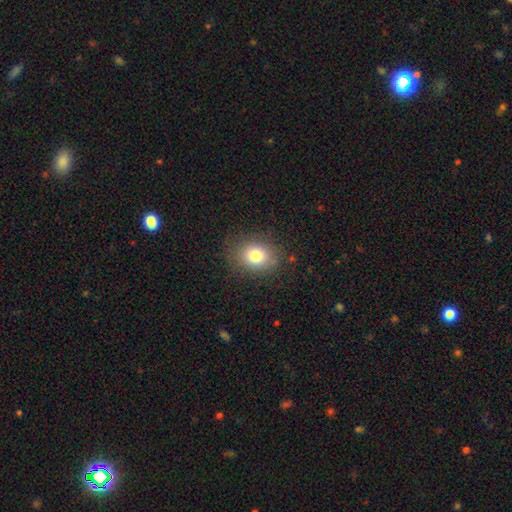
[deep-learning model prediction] Smooth or featured? Predicted: smooth (p=0.78). How rounded? Predicted: round (p=0.53). Merging? Predicted: none (p=0.83).